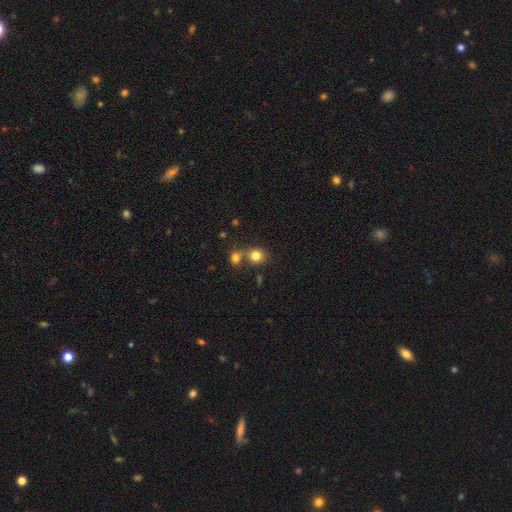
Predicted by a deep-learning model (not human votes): A smooth galaxy with no disk features (81%) that is round (80%).

Vote fractions:
- Smooth or featured? smooth: 81% / star or artifact: 11% / featured or disk: 8%
- How rounded? round: 80% / in between: 19% / cigar-shaped: 1%
- Merging? none: 51% / merger: 37% / minor disturbance: 8% / major disturbance: 4%